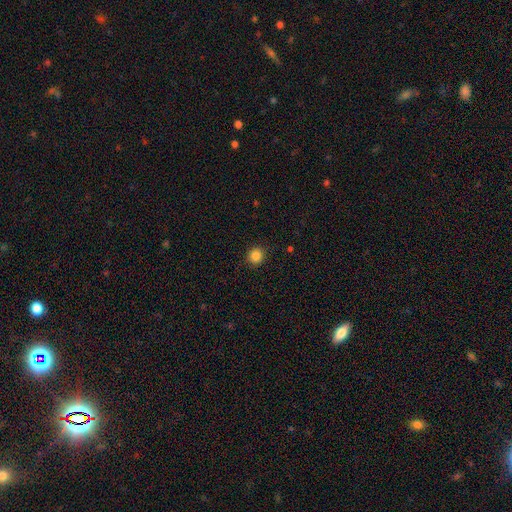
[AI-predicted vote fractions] Smooth or featured?
  - smooth: 85% *
  - star or artifact: 11%
  - featured or disk: 4%
How rounded?
  - round: 90% *
  - in between: 9%
  - cigar-shaped: 1%
Merging?
  - none: 91% *
  - minor disturbance: 6%
  - major disturbance: 2%
  - merger: 1%